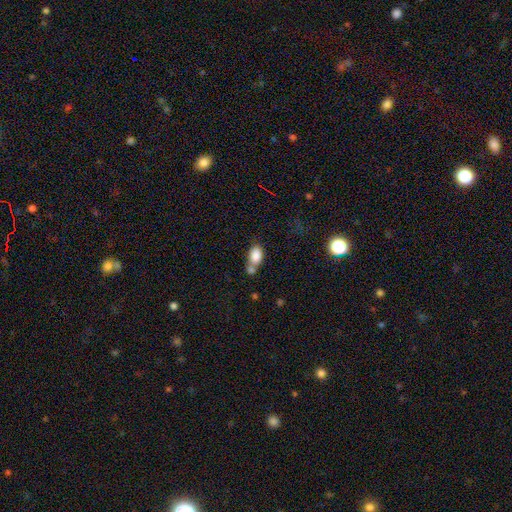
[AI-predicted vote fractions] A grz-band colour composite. It shows a smooth galaxy with no disk features (84%) that is in between round and cigar-shaped (87%). Merging: merger (45%).